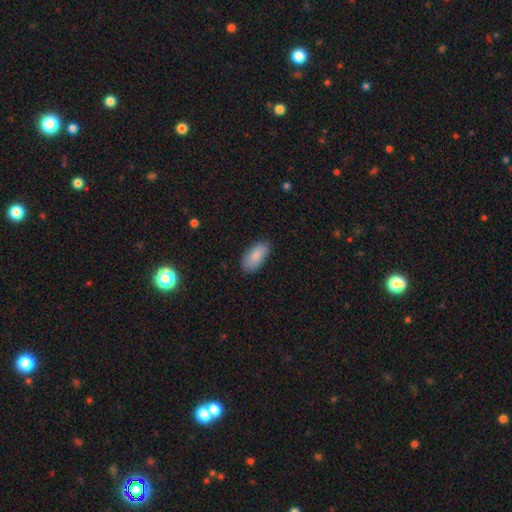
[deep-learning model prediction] The model was most divided on "merging": none: 82%, minor disturbance: 14%, major disturbance: 3%, merger: 1%. More confident: how rounded — in between (92%); smooth or featured — smooth (86%).